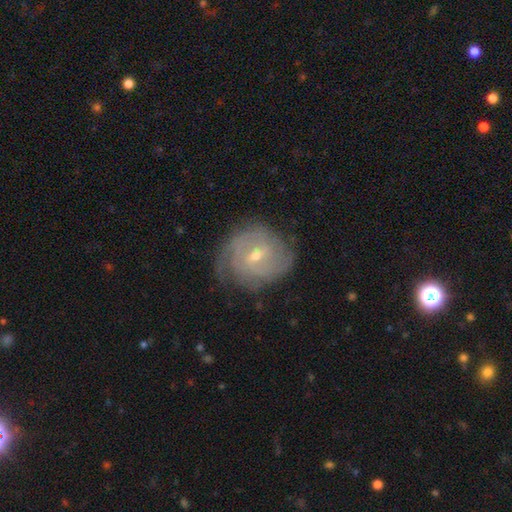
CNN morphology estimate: Overall: featured or disk (78%). Edge-on disk: no (96%). Bar: weak (56%; no 29%). Spiral arms: yes (90%). Spiral arm count: can't tell (40%; 2 31%). Spiral winding: tight (65%; medium 26%). Bulge size: small (52%; moderate 45%). Merging: none (69%).